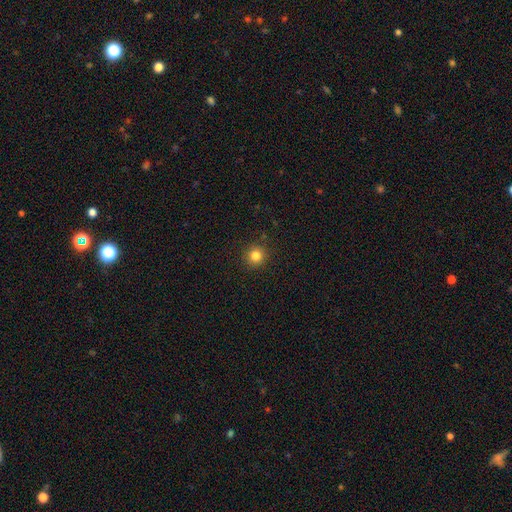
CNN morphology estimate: Smooth or featured: smooth — 82% (star or artifact — 12%)
How rounded: round — 93% (in between — 6%)
Merging: none — 91% (minor disturbance — 6%)